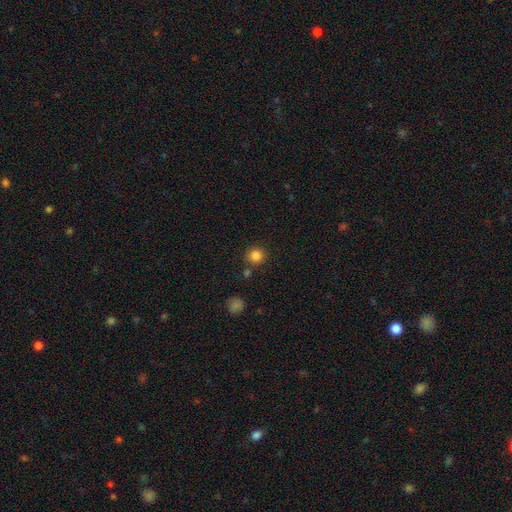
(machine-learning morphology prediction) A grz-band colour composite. It shows a smooth galaxy with no disk features (84%) that is round (93%). Merging: none (82%).